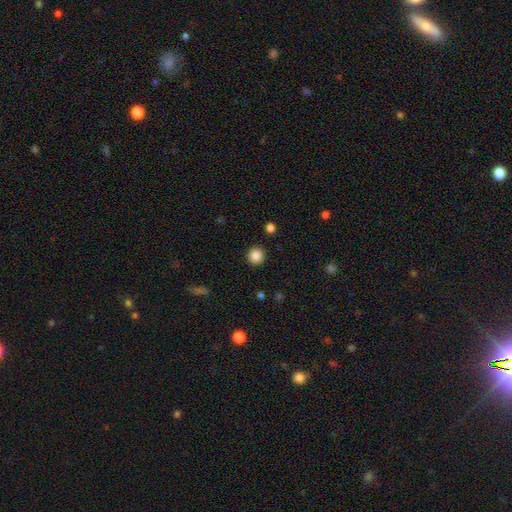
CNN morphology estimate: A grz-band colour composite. It shows a smooth galaxy with no disk features (86%) that is round (94%). Merging: none (92%).